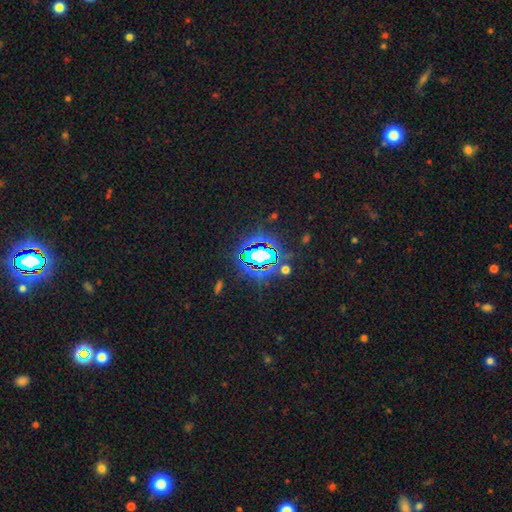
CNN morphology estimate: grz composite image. It shows a star or artifact, not a galaxy (72%).